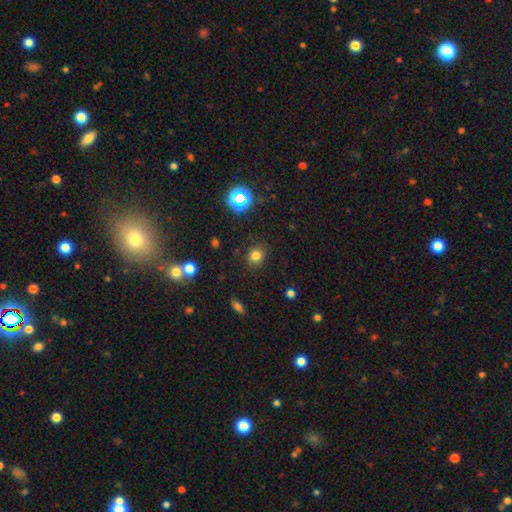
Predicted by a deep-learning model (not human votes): A smooth galaxy with no disk features (77%) that is round (68%). Merging: none (86%).